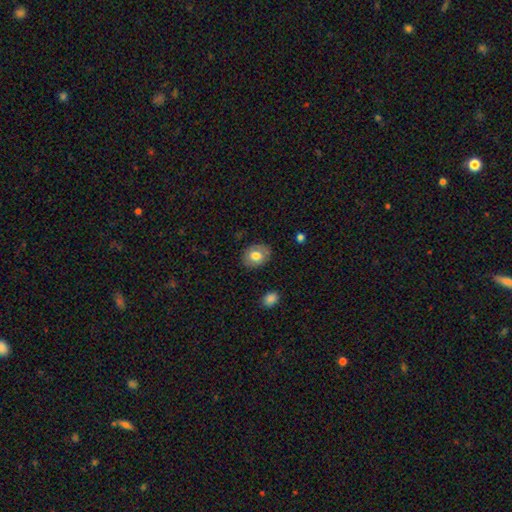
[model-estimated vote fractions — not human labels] Q: Smooth or featured?
A: smooth (74%); runner-up: featured or disk (18%)
Q: How rounded?
A: in between (56%); runner-up: round (43%)
Q: Merging?
A: none (84%); runner-up: minor disturbance (12%)